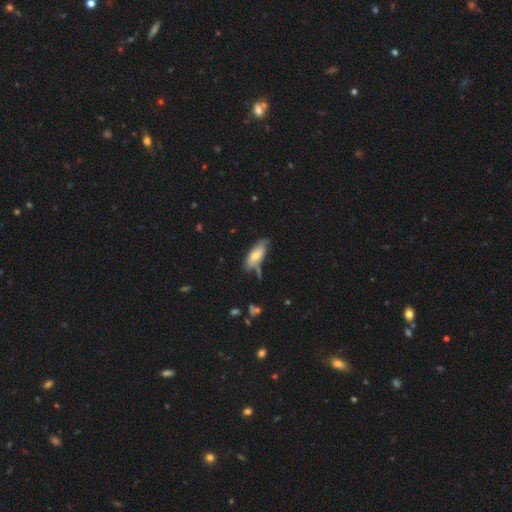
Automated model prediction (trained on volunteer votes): This appears to be a smooth galaxy with no disk features (66%) that is in between round and cigar-shaped (80%). Merging: none (63%).